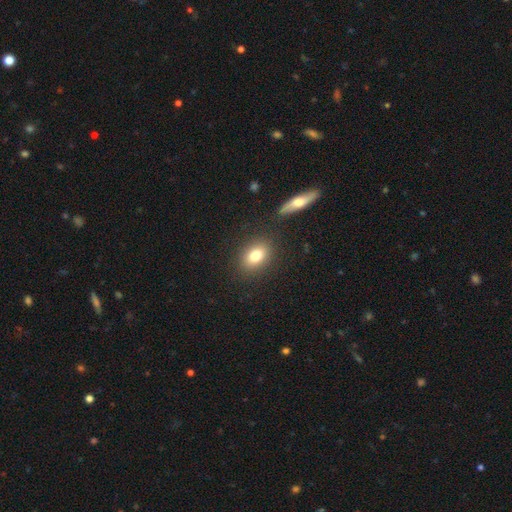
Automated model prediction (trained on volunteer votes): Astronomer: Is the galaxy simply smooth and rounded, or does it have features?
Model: smooth — 78%.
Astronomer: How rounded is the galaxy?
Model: in between — 70%.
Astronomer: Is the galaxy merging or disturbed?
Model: none — 84%.